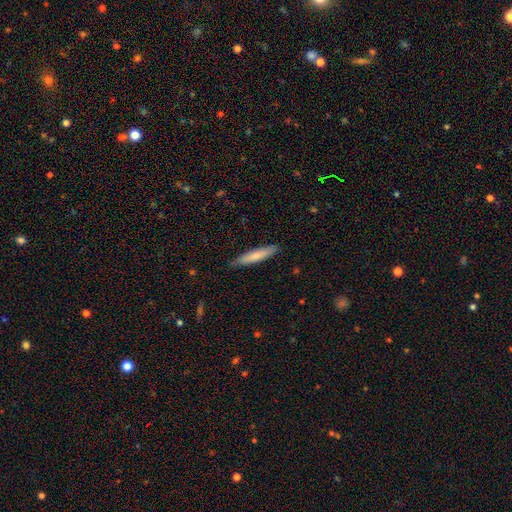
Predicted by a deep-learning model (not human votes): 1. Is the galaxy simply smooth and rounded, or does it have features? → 74% smooth, 21% featured or disk, 5% star or artifact.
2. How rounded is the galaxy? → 90% cigar-shaped, 8% in between, 1% round.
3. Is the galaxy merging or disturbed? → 88% none, 10% minor disturbance, 2% major disturbance, 1% merger.